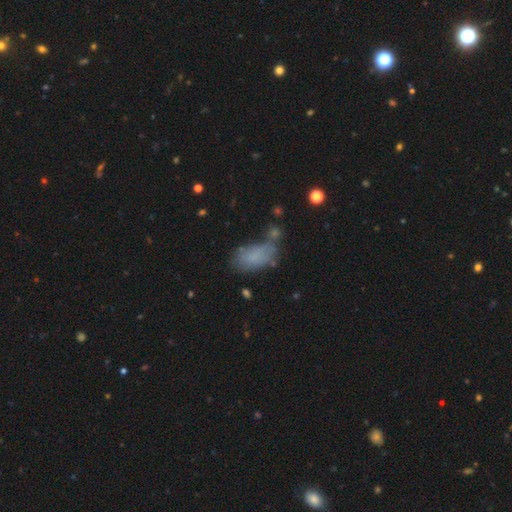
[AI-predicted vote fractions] smooth_or_featured: smooth (p=0.73) [alt: featured or disk p=0.15]
how_rounded: in between (p=0.91) [alt: round p=0.06]
merging: none (p=0.43) [alt: minor disturbance p=0.25]